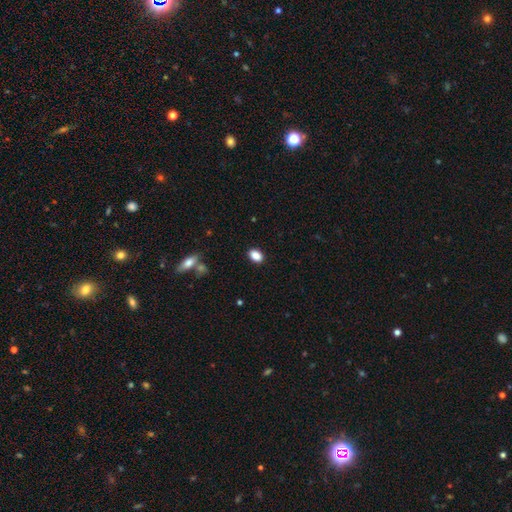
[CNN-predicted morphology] Q: Smooth or featured?
A: smooth (88%); runner-up: star or artifact (8%)
Q: How rounded?
A: in between (83%); runner-up: round (15%)
Q: Merging?
A: none (89%); runner-up: minor disturbance (8%)